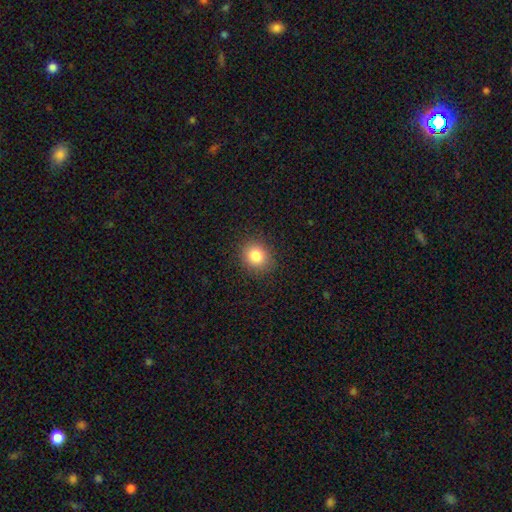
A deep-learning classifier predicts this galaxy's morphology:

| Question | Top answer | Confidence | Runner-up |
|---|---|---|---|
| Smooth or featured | smooth | 84% | star or artifact (10%) |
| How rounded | round | 73% | in between (27%) |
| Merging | none | 87% | minor disturbance (9%) |